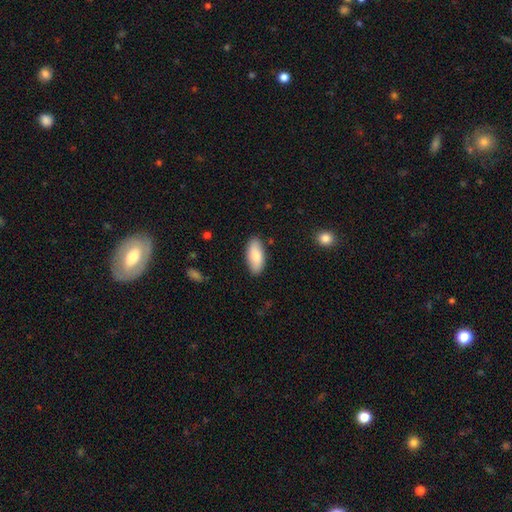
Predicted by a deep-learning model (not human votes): smooth_or_featured: smooth (p=0.82) [alt: featured or disk p=0.13]
how_rounded: in between (p=0.88) [alt: cigar-shaped p=0.10]
merging: none (p=0.87) [alt: minor disturbance p=0.10]